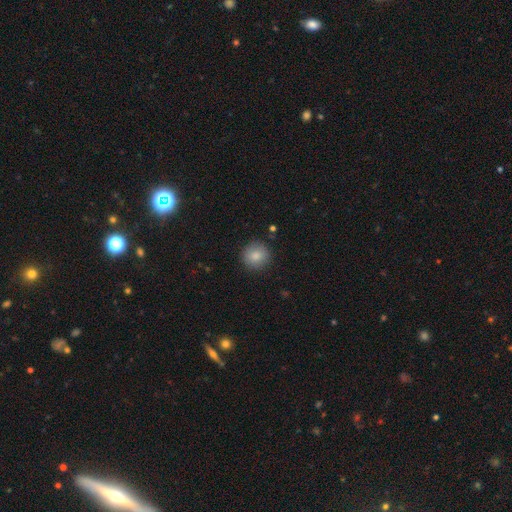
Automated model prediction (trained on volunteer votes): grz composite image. It shows a smooth galaxy with no disk features (85%) that is round (93%). Merging: none (89%).